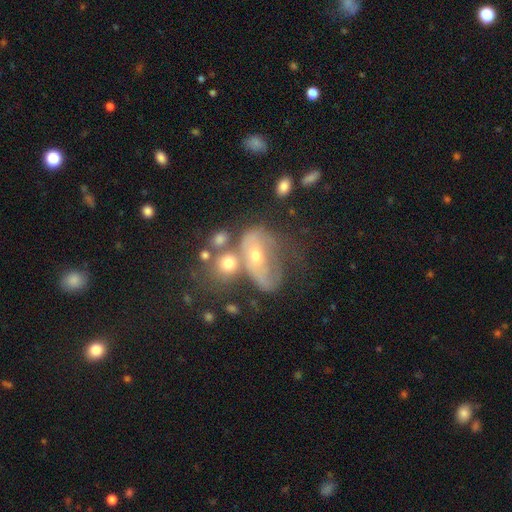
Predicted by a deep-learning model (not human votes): A featured or disk galaxy (55%) with no bar (68%), no spiral arms (57%) and a moderate central bulge (53%).

Vote fractions:
- Smooth or featured? featured or disk: 55% / smooth: 33% / star or artifact: 12%
- Edge-on disk? no: 92% / yes: 8%
- Bar? no: 68% / weak: 22% / strong: 10%
- Spiral arms? no: 57% / yes: 43%
- Bulge size? moderate: 53% / small: 39% / large: 4% / none: 2% / dominant: 1%
- Merging? merger: 45% / major disturbance: 24% / none: 18% / minor disturbance: 13%